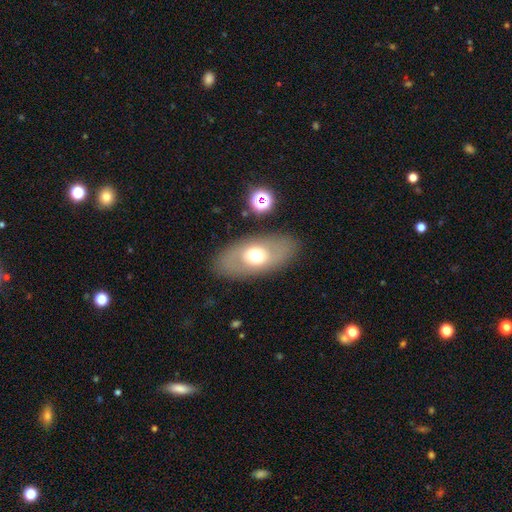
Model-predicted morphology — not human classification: This appears to be a smooth galaxy with no disk features (53%) that is in between round and cigar-shaped (89%). Merging: none (83%).